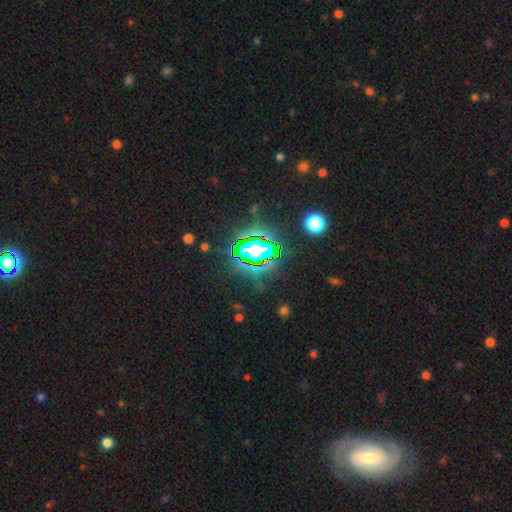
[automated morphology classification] smooth-or-featured: star or artifact: 80% | smooth: 12% | featured or disk: 7%